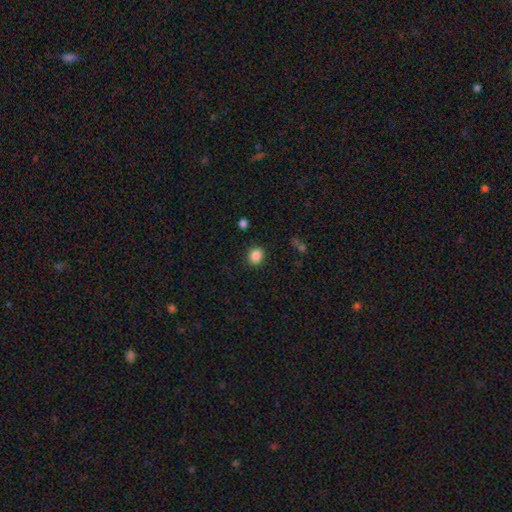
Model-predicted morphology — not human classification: Overall: smooth (86%). How rounded: round (79%). Merging: none (90%).